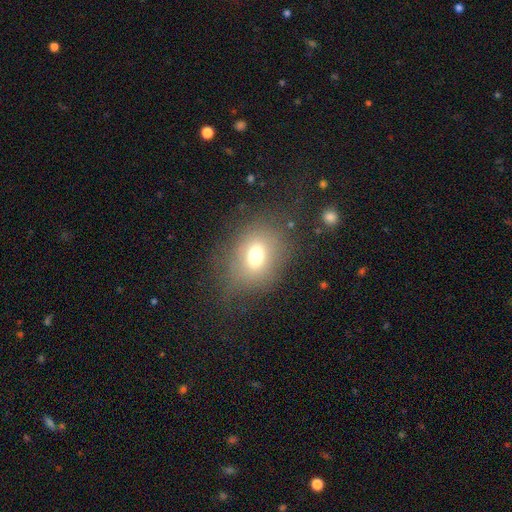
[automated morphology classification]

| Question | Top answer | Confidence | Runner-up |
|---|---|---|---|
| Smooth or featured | smooth | 68% | star or artifact (16%) |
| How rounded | in between | 53% | round (46%) |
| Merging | none | 64% | minor disturbance (18%) |